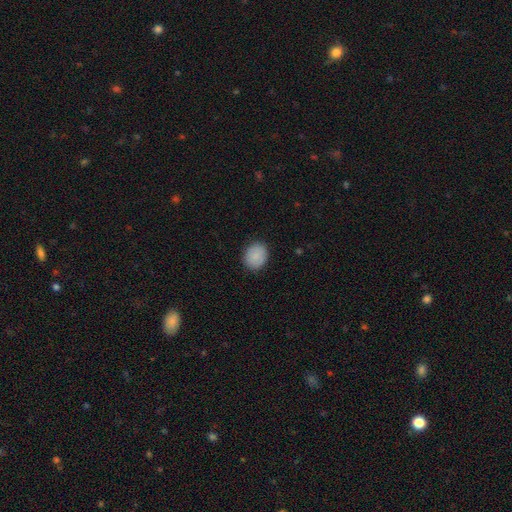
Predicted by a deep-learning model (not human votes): Smooth or featured: smooth — 88% (star or artifact — 7%)
How rounded: round — 66% (in between — 33%)
Merging: none — 89% (minor disturbance — 8%)